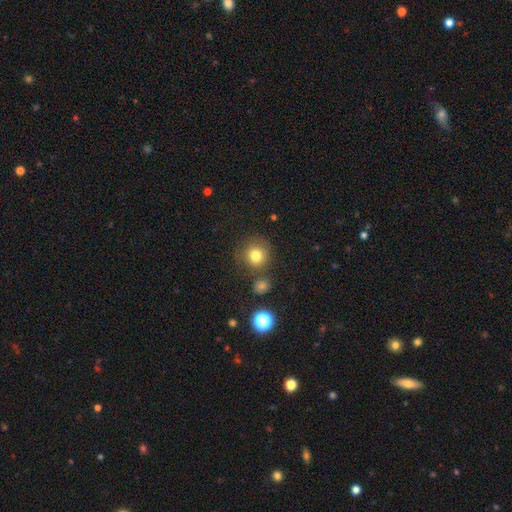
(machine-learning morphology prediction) Q: Smooth or featured?
A: smooth (79%); runner-up: star or artifact (13%)
Q: How rounded?
A: round (91%); runner-up: in between (8%)
Q: Merging?
A: none (75%); runner-up: minor disturbance (12%)